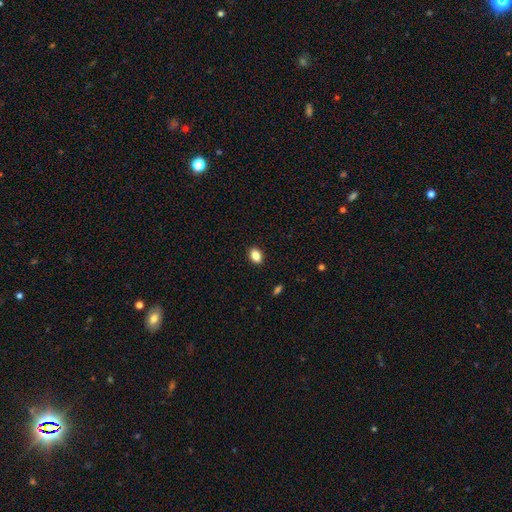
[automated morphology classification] type=smooth (86%); roundness=in between (70%); merging=none (90%).